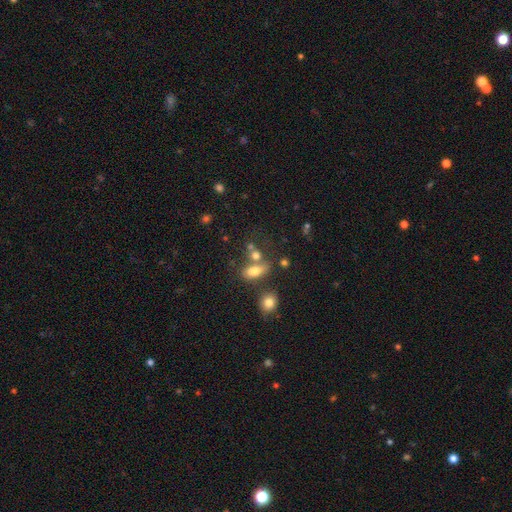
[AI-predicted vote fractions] Morphology: type=smooth (73%); roundness=in between (75%); merging=none (45%).